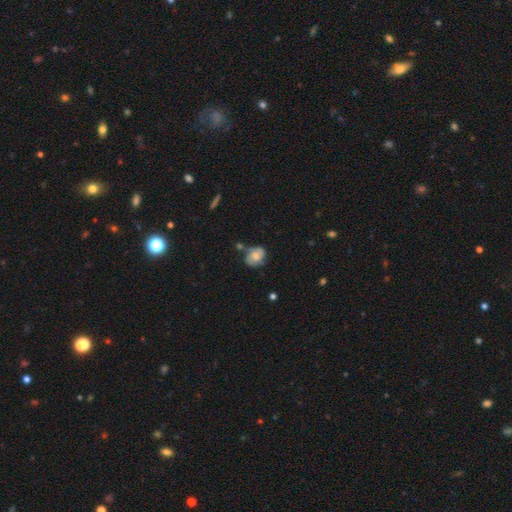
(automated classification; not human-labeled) smooth-or-featured: smooth: 48% | featured or disk: 43% | star or artifact: 9%
  merging: none: 58% | minor disturbance: 25% | merger: 9% | major disturbance: 8%